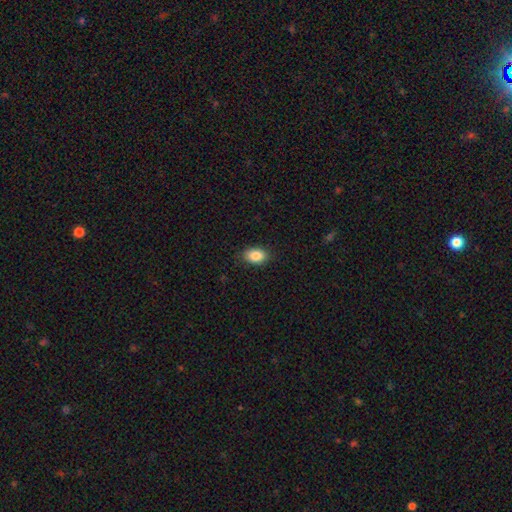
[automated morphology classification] Smooth or featured? Predicted: smooth (p=0.87). How rounded? Predicted: in between (p=0.86). Merging? Predicted: none (p=0.88).